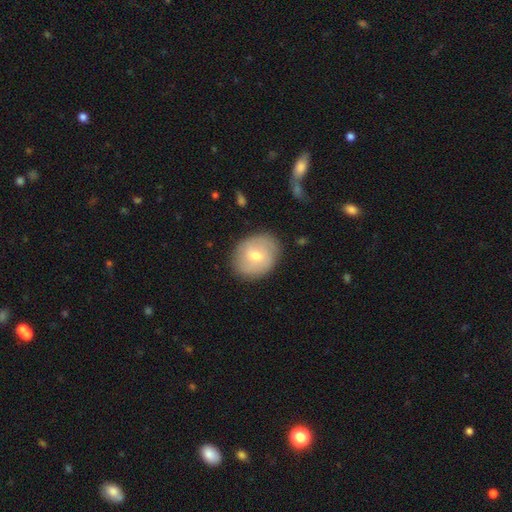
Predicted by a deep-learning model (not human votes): smooth-or-featured: smooth: 51% | featured or disk: 42% | star or artifact: 7%
  how-rounded: round: 56% | in between: 43% | cigar-shaped: 1%
  merging: none: 83% | minor disturbance: 12% | major disturbance: 3% | merger: 1%